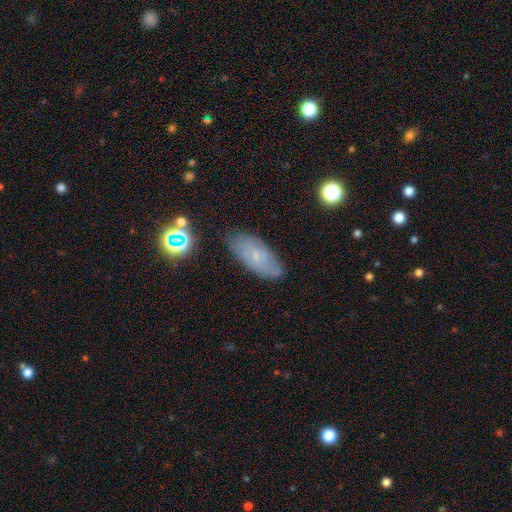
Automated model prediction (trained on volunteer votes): Smooth or featured? Predicted: smooth (p=0.51). How rounded? Predicted: in between (p=0.86). Merging? Predicted: none (p=0.78).